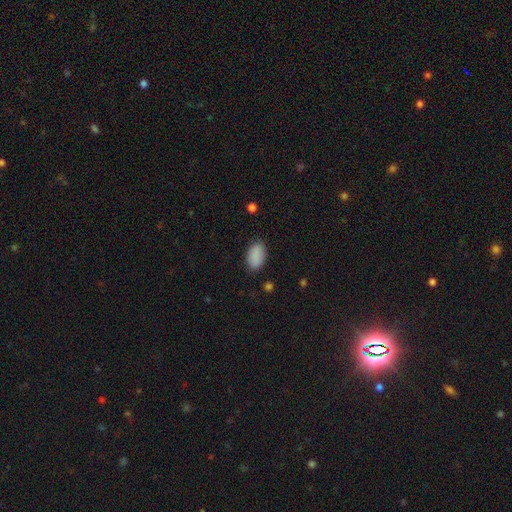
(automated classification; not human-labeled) Overall: smooth (89%). How rounded: in between (92%). Merging: none (84%).